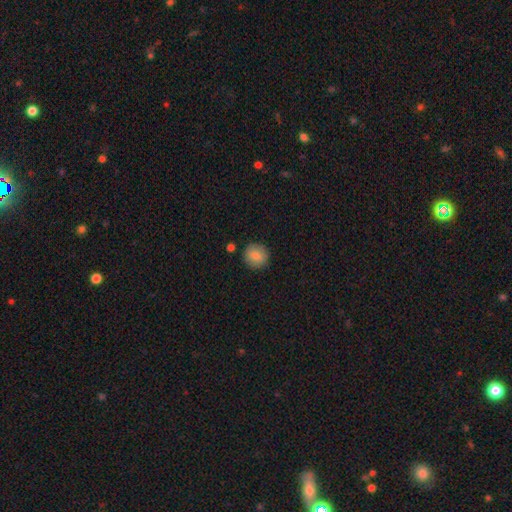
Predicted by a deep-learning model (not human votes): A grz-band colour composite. It shows a smooth galaxy with no disk features (85%) that is round (91%). Merging: none (88%).